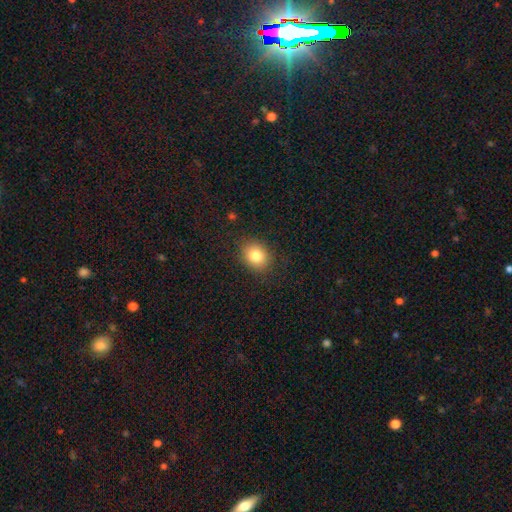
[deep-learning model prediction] This is clearly a smooth galaxy (81%). How rounded: likely round (60%). Merging: clearly none (87%).